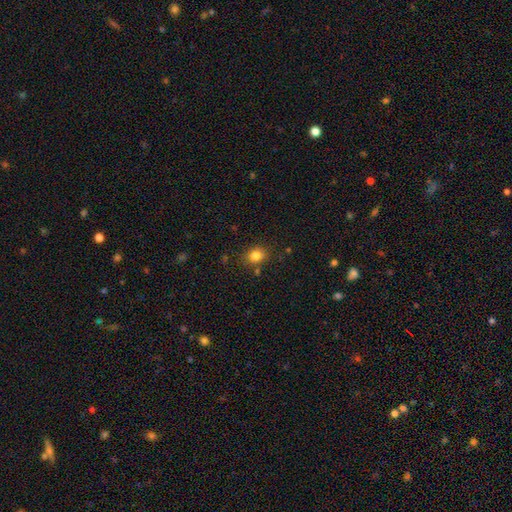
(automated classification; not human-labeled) Q: Smooth or featured?
A: smooth (82%); runner-up: star or artifact (12%)
Q: How rounded?
A: round (60%); runner-up: in between (39%)
Q: Merging?
A: none (81%); runner-up: minor disturbance (12%)